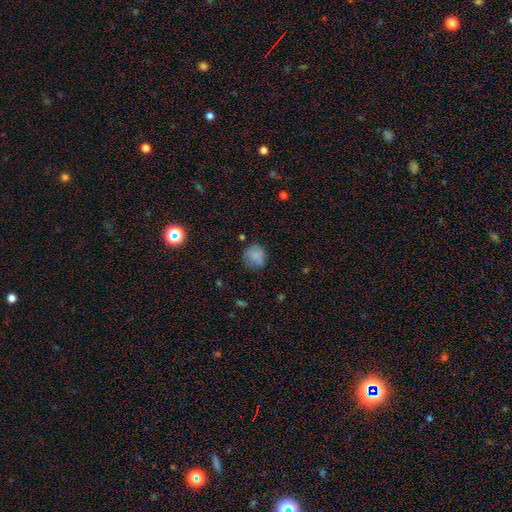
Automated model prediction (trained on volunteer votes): Q: Smooth or featured?
A: smooth (80%); runner-up: star or artifact (11%)
Q: How rounded?
A: round (81%); runner-up: in between (18%)
Q: Merging?
A: none (69%); runner-up: minor disturbance (22%)